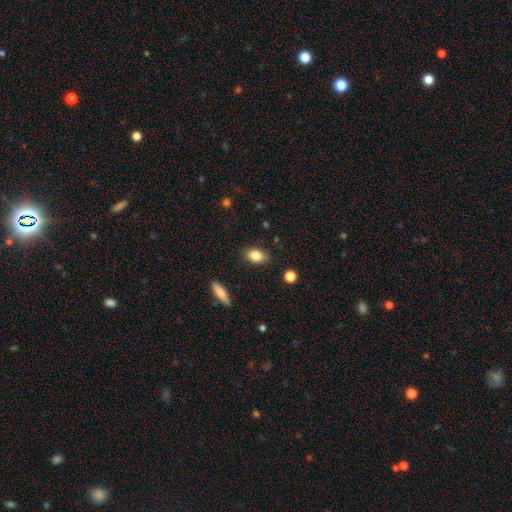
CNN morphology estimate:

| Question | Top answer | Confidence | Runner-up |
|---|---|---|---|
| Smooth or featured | smooth | 83% | featured or disk (9%) |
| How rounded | in between | 86% | round (11%) |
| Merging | none | 85% | minor disturbance (11%) |